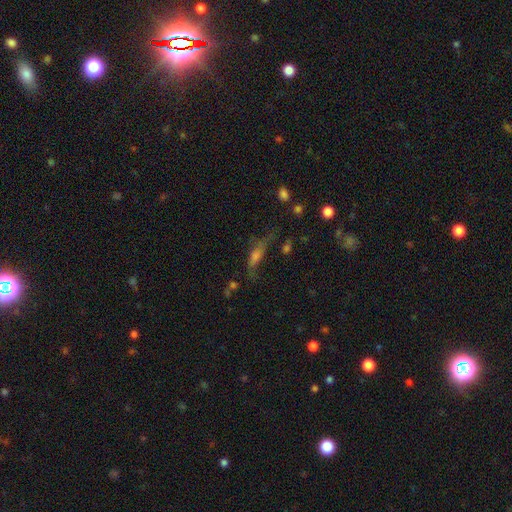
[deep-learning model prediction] Smooth or featured: featured or disk — 39% (smooth — 37%)
Merging: none — 45% (major disturbance — 27%)